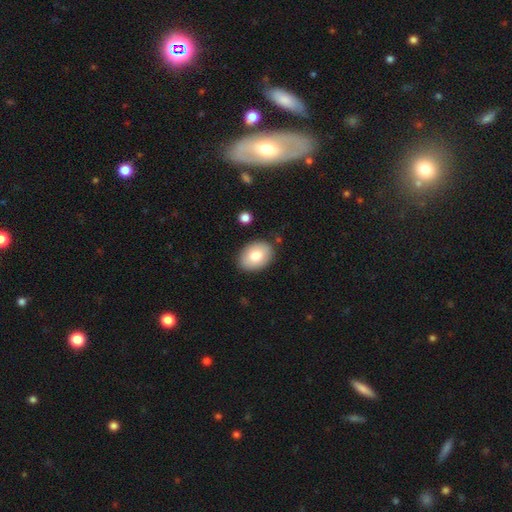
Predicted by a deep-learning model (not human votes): Morphology: type=smooth (78%); roundness=in between (80%); merging=none (85%).